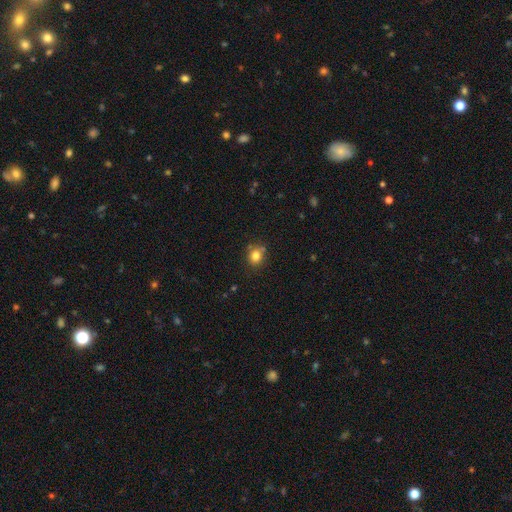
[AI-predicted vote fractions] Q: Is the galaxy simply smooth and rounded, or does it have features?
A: smooth — 81%.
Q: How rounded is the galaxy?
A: round — 75%.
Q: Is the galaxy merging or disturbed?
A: none — 73%.